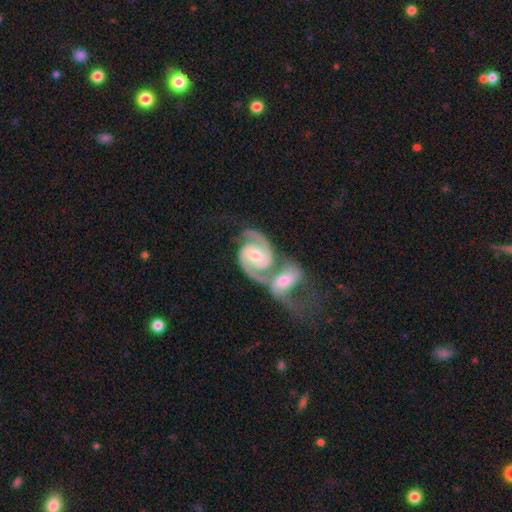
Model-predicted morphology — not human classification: Smooth or featured? featured or disk (93%)
Edge-on disk? no (98%)
Bar? weak (43%)
Spiral arms? yes (98%)
Spiral winding? medium (52%)
Spiral arm count? 2 (93%)
Bulge size? moderate (60%)
Merging? merger (66%)